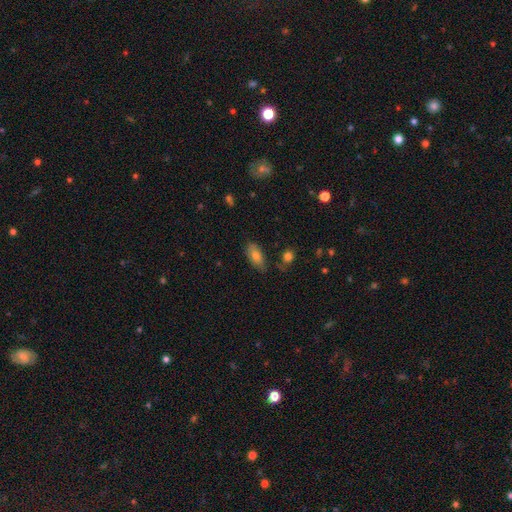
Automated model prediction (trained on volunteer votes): This appears to be a smooth galaxy with no disk features (74%) that is in between round and cigar-shaped (86%). Merging: none (67%).